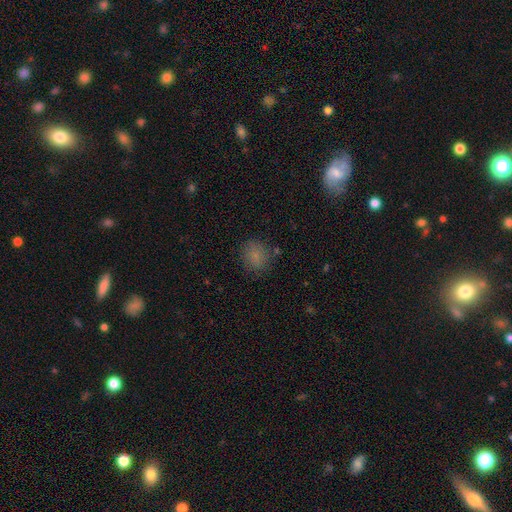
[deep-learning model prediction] The model was most divided on "how rounded": round: 76%, in between: 23%, cigar-shaped: 1%. More confident: smooth or featured — smooth (81%); merging — none (80%).